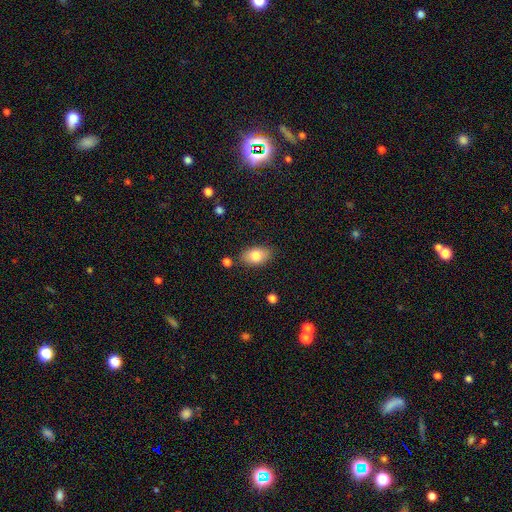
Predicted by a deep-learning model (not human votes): Smooth or featured?
  - smooth: 79% *
  - featured or disk: 13%
  - star or artifact: 7%
How rounded?
  - in between: 89% *
  - round: 10%
  - cigar-shaped: 2%
Merging?
  - none: 82% *
  - minor disturbance: 13%
  - merger: 3%
  - major disturbance: 3%